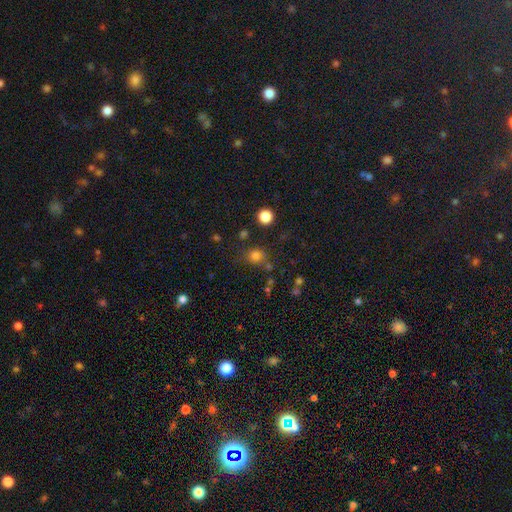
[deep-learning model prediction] A smooth galaxy with no disk features (76%) that is round (78%). Merging: none (73%).